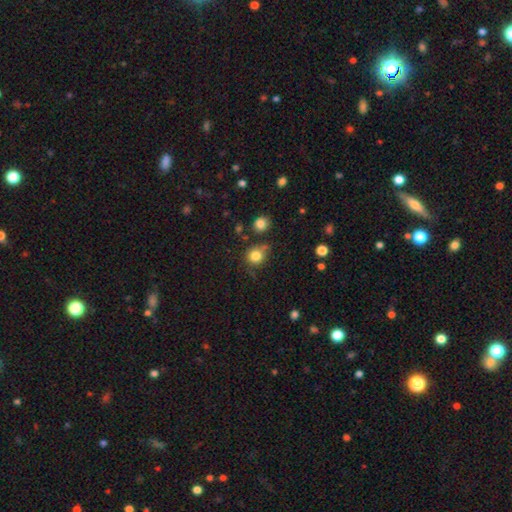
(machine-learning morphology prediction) Smooth or featured? Predicted: smooth (p=0.82). How rounded? Predicted: round (p=0.86). Merging? Predicted: none (p=0.69).